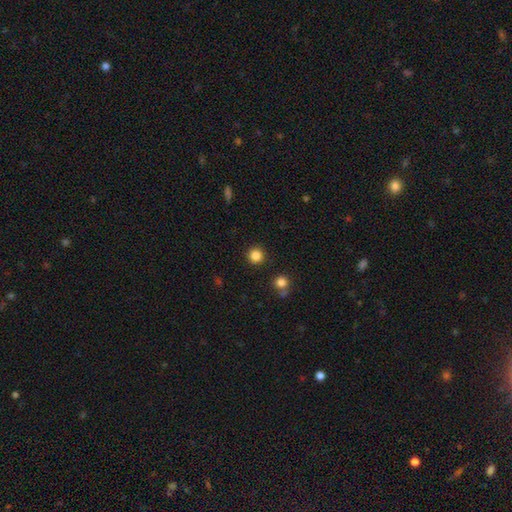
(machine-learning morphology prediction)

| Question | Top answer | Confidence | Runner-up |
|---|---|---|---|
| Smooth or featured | smooth | 84% | star or artifact (12%) |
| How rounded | round | 95% | in between (4%) |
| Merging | none | 91% | minor disturbance (5%) |